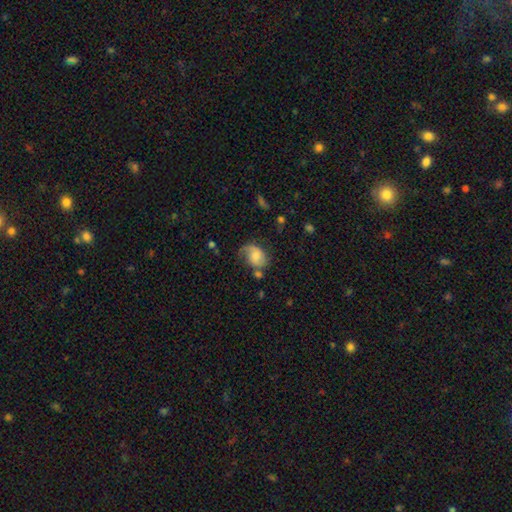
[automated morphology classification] smooth 51%, featured or disk 40%, star or artifact 9%. Down the decision tree: how rounded — in between (69%); merging — none (42%).